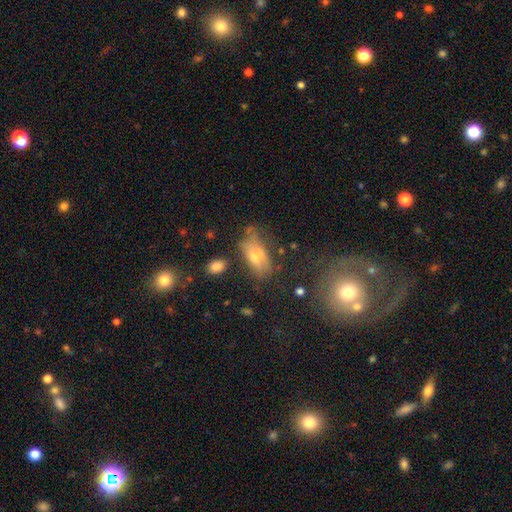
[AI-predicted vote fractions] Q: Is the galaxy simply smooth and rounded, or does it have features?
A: smooth — 58%.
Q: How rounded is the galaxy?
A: in between — 86%.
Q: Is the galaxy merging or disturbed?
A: none — 49%.